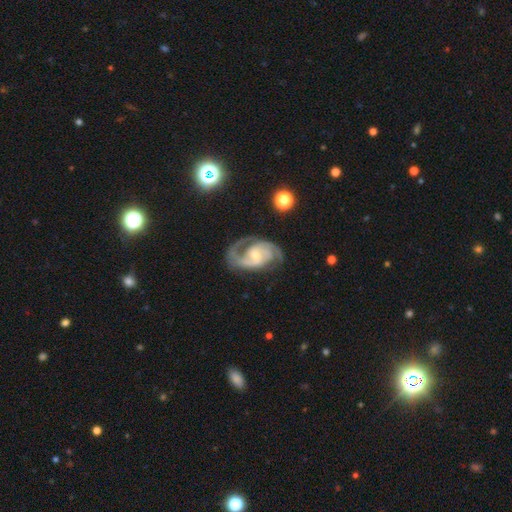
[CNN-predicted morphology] A featured or disk galaxy (91%) with no bar (45%), 2 (80%) medium (53%) spiral arms (98%) and a small central bulge (52%).

Vote fractions:
- Smooth or featured? featured or disk: 91% / smooth: 5% / star or artifact: 5%
- Edge-on disk? no: 97% / yes: 3%
- Bar? no: 45% / weak: 42% / strong: 13%
- Spiral arms? yes: 98% / no: 2%
- Spiral winding? medium: 53% / tight: 34% / loose: 13%
- Spiral arm count? 2: 80% / 3: 8% / can't tell: 5% / 1: 3% / 4: 2% / more than 4: 2%
- Bulge size? small: 52% / moderate: 42% / large: 3% / none: 2% / dominant: 1%
- Merging? none: 71% / minor disturbance: 17% / major disturbance: 10% / merger: 2%